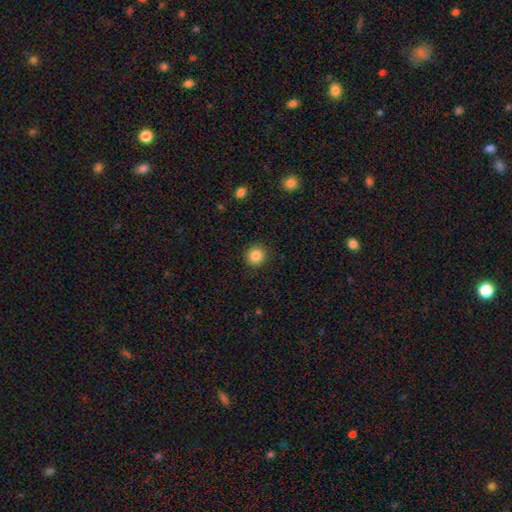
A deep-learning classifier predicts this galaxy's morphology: Overall: smooth (86%). How rounded: round (92%). Merging: none (91%).